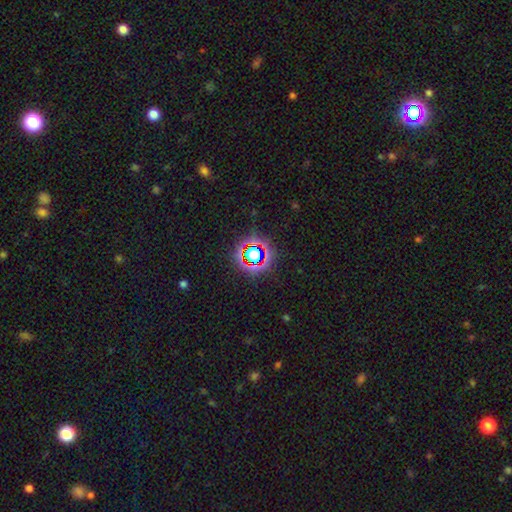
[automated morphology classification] type=star or artifact (68%).